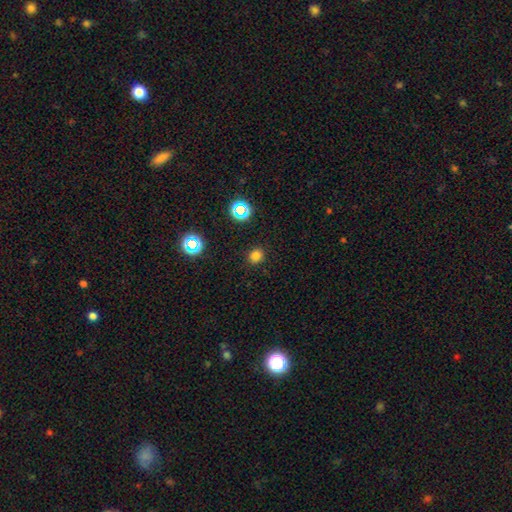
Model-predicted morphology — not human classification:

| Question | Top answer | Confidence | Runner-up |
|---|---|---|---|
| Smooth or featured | smooth | 77% | star or artifact (18%) |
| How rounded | round | 79% | in between (20%) |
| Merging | none | 89% | minor disturbance (7%) |